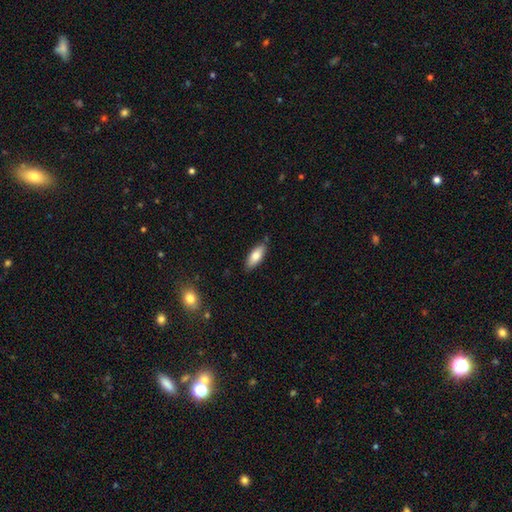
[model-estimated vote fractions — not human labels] This is likely a smooth galaxy (77%). How rounded: likely in between (76%). Merging: clearly none (83%).